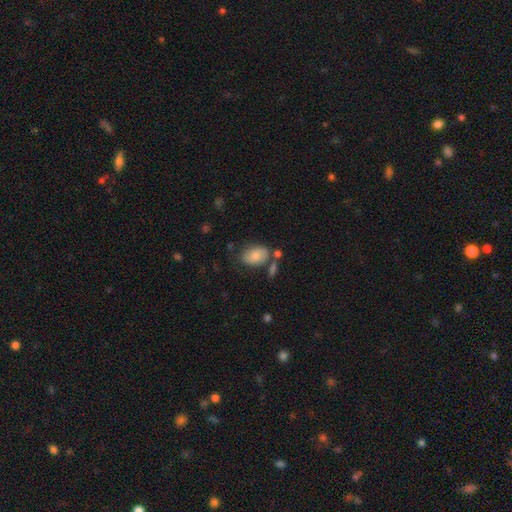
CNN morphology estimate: smooth-or-featured: smooth: 76% | featured or disk: 16% | star or artifact: 7%
  how-rounded: in between: 86% | round: 12% | cigar-shaped: 1%
  merging: none: 59% | minor disturbance: 22% | merger: 12% | major disturbance: 7%